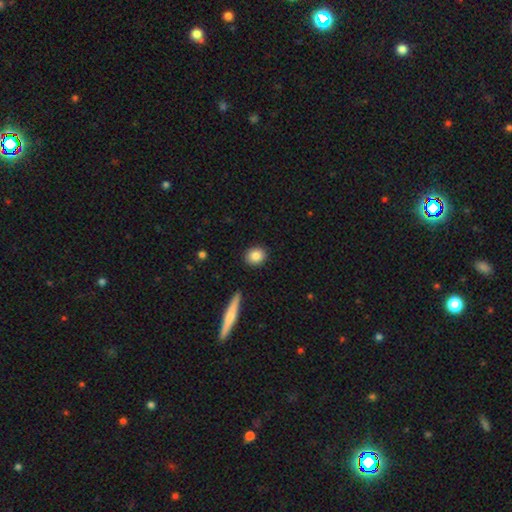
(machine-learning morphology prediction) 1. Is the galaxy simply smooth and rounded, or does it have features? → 86% smooth, 8% star or artifact, 7% featured or disk.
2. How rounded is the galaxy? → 71% round, 26% in between, 2% cigar-shaped.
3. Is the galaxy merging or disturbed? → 90% none, 7% minor disturbance, 2% major disturbance, 2% merger.